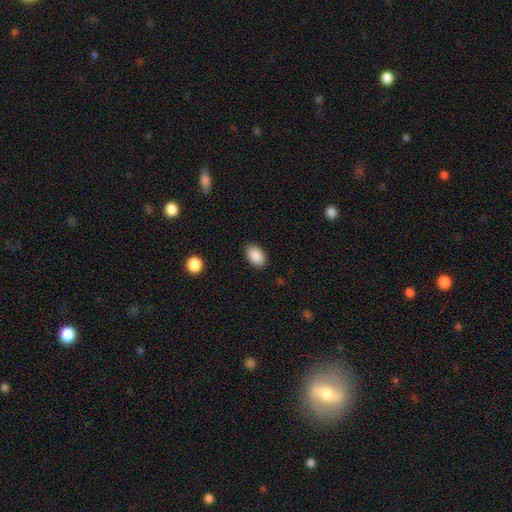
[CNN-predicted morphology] smooth_or_featured: smooth (p=0.89) [alt: star or artifact p=0.07]
how_rounded: in between (p=0.90) [alt: round p=0.09]
merging: none (p=0.87) [alt: minor disturbance p=0.09]